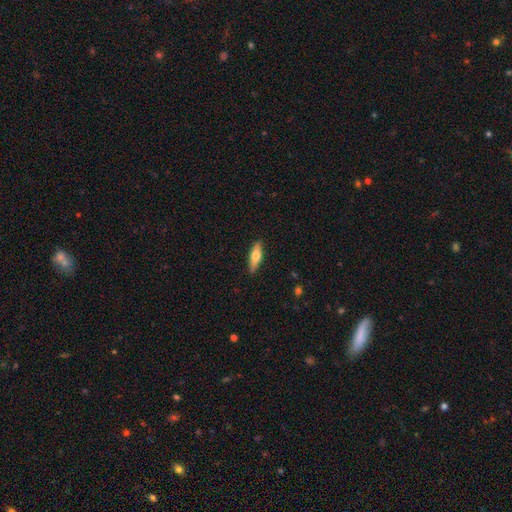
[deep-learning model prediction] smooth-or-featured: smooth: 55% | featured or disk: 39% | star or artifact: 6%
  how-rounded: cigar-shaped: 56% | in between: 42% | round: 3%
  merging: none: 89% | minor disturbance: 8% | major disturbance: 2% | merger: 1%